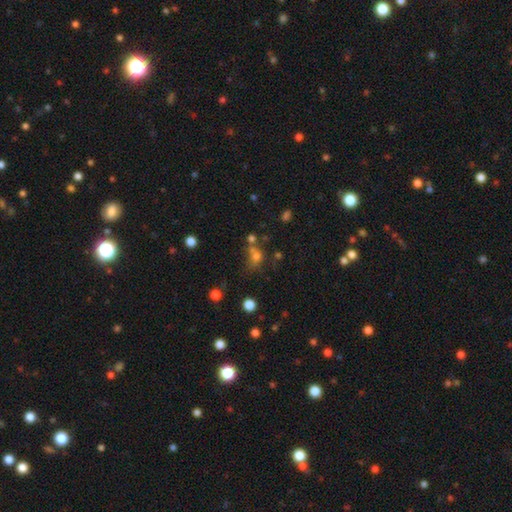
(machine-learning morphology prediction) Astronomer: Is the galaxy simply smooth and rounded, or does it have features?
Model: smooth — 67%.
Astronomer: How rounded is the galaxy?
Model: round — 74%.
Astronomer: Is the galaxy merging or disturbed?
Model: none — 46% (runner-up: merger, 33%).